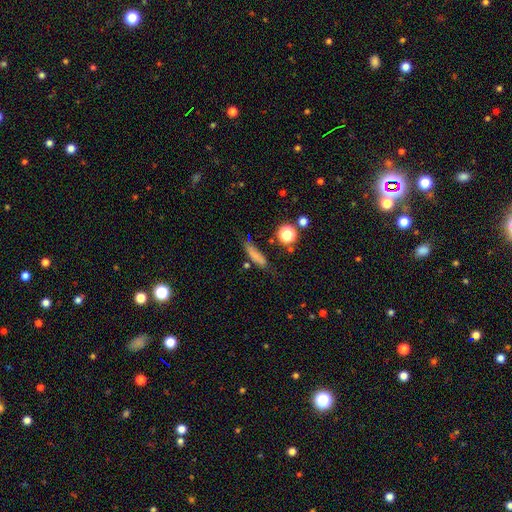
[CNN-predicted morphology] Smooth or featured?
  - smooth: 72% *
  - featured or disk: 14%
  - star or artifact: 13%
How rounded?
  - cigar-shaped: 64% *
  - in between: 30%
  - round: 6%
Merging?
  - none: 63% *
  - minor disturbance: 23%
  - major disturbance: 8%
  - merger: 5%